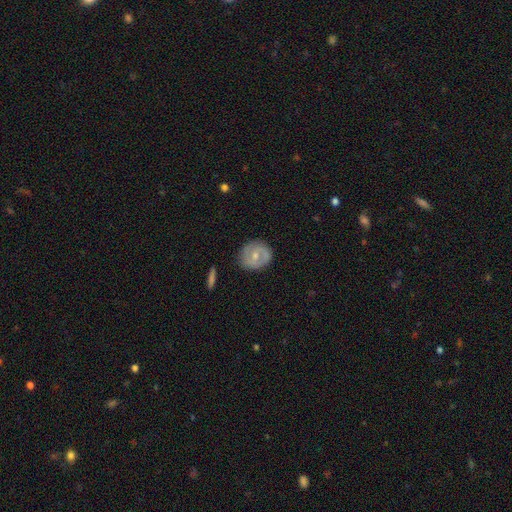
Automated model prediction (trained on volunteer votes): Smooth or featured? featured or disk (65%)
Edge-on disk? no (97%)
Bar? weak (46%)
Spiral arms? yes (78%)
Bulge size? moderate (51%)
Merging? none (83%)